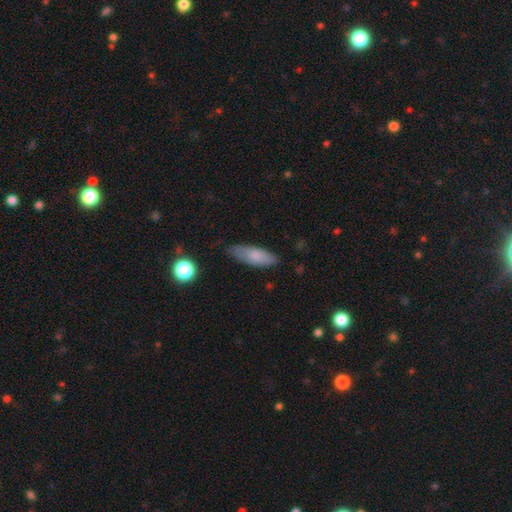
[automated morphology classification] smooth 76%, featured or disk 18%, star or artifact 7%. Down the decision tree: how rounded — in between (64%); merging — none (75%).